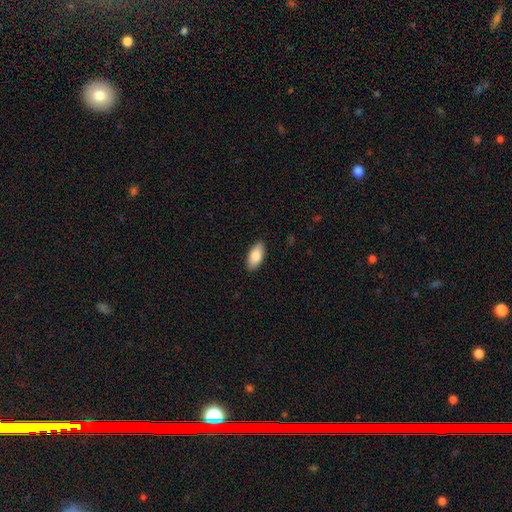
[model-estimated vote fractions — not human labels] This appears to be a smooth galaxy with no disk features (86%) that is in between round and cigar-shaped (91%). Merging: none (89%).